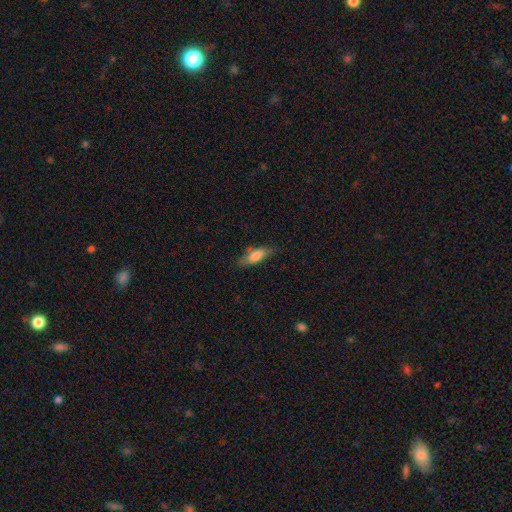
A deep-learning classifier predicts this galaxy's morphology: Smooth or featured? smooth (74%)
How rounded? in between (59%)
Merging? none (70%)